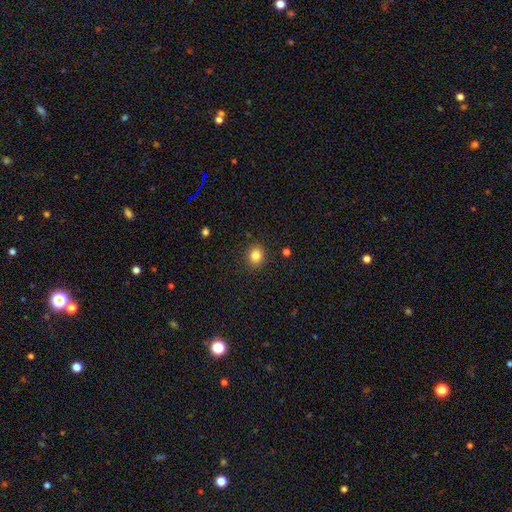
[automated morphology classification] A smooth galaxy with no disk features (83%) that is round (78%).

Vote fractions:
- Smooth or featured? smooth: 83% / star or artifact: 11% / featured or disk: 6%
- How rounded? round: 78% / in between: 21% / cigar-shaped: 1%
- Merging? none: 89% / minor disturbance: 7% / major disturbance: 2% / merger: 1%